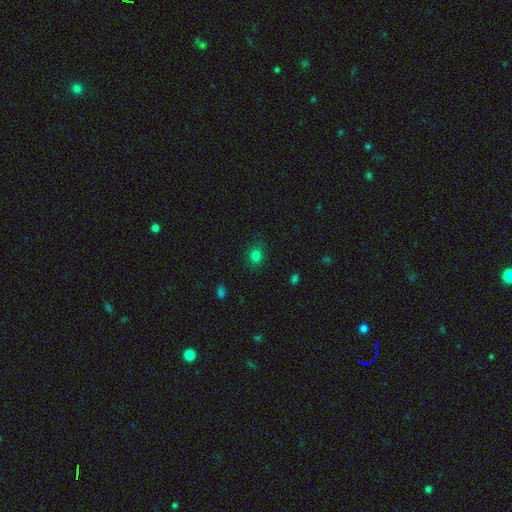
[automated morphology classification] smooth 79%, star or artifact 15%, featured or disk 6%. Down the decision tree: how rounded — round (65%); merging — none (85%).